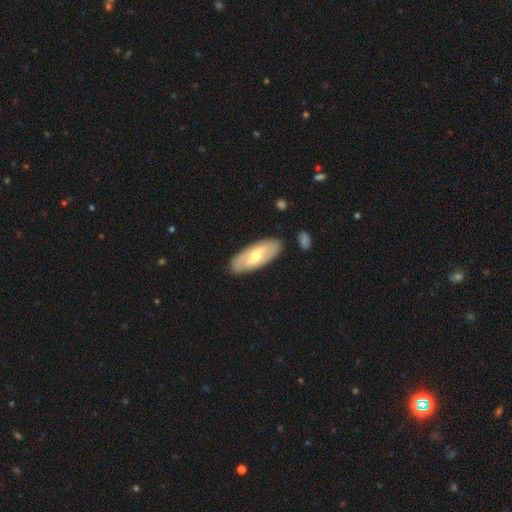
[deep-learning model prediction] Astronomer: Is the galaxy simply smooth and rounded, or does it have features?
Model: featured or disk — 48% (runner-up: smooth, 47%).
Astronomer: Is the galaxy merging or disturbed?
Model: none — 86%.